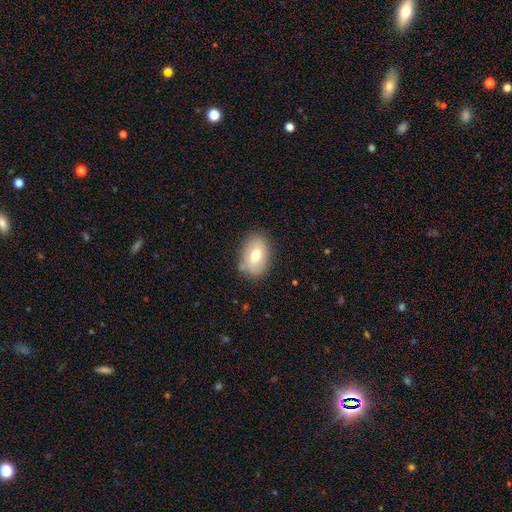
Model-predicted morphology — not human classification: smooth_or_featured: smooth (p=0.66) [alt: featured or disk p=0.27]
how_rounded: in between (p=0.86) [alt: round p=0.13]
merging: none (p=0.80) [alt: minor disturbance p=0.15]